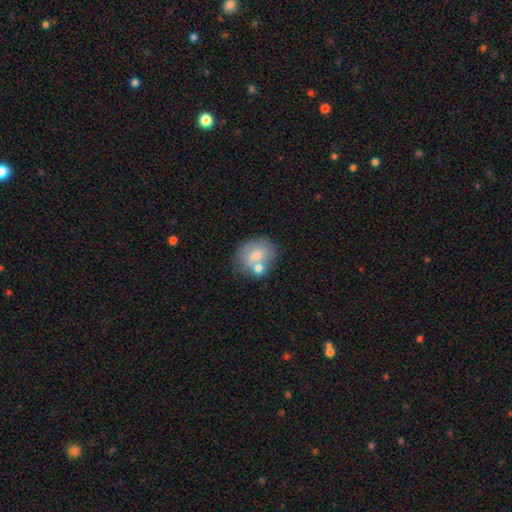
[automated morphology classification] Q: Smooth or featured?
A: smooth (66%); runner-up: featured or disk (26%)
Q: How rounded?
A: round (70%); runner-up: in between (29%)
Q: Merging?
A: none (47%); runner-up: merger (31%)